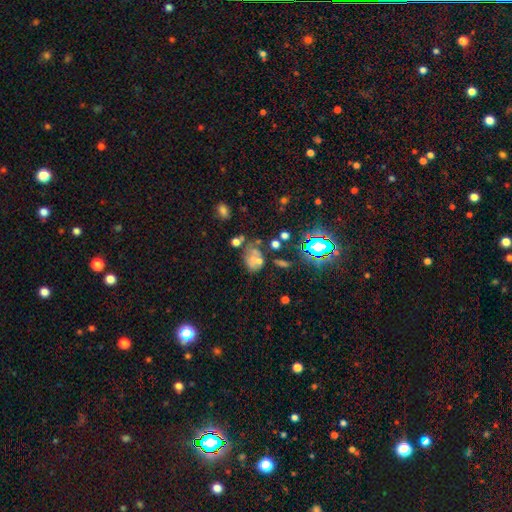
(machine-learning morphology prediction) Smooth or featured: smooth — 38% (star or artifact — 33%)
Merging: none — 39% (merger — 22%)